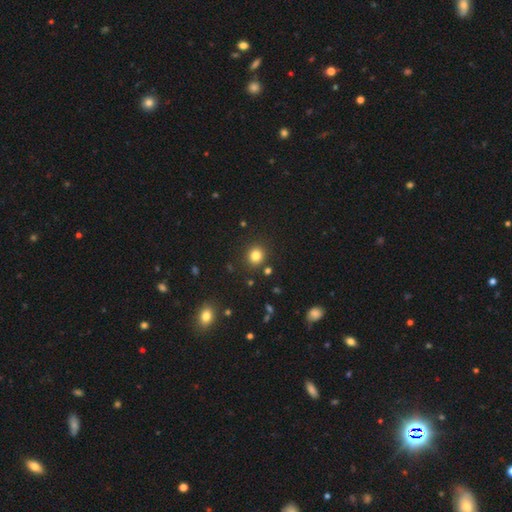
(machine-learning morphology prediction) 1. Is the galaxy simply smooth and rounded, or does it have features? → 82% smooth, 13% star or artifact, 5% featured or disk.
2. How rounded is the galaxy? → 85% round, 14% in between, 1% cigar-shaped.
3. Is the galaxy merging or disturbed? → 88% none, 7% minor disturbance, 3% merger, 2% major disturbance.